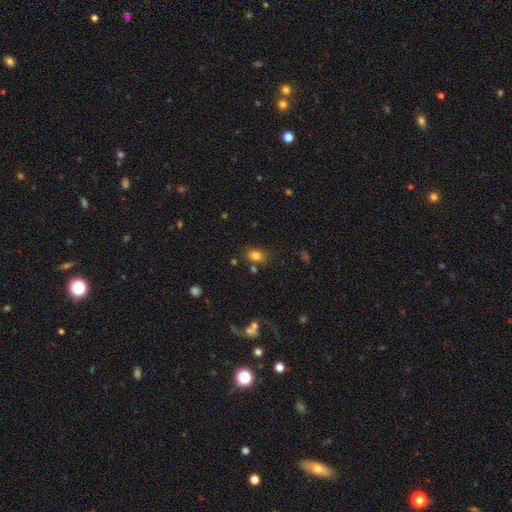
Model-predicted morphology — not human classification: smooth_or_featured: smooth (p=0.81) [alt: star or artifact p=0.12]
how_rounded: in between (p=0.74) [alt: round p=0.24]
merging: none (p=0.75) [alt: minor disturbance p=0.13]